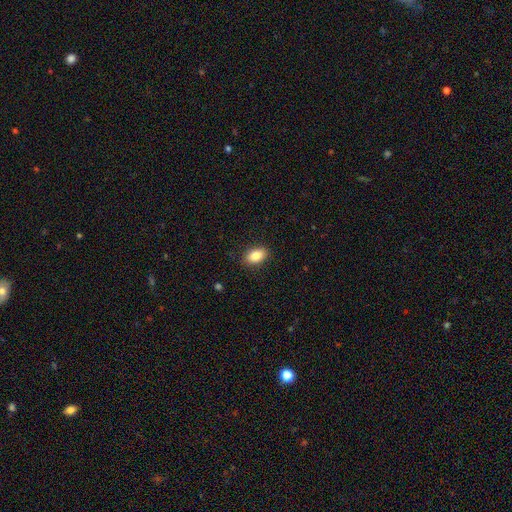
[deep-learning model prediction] A smooth galaxy with no disk features (84%) that is in between round and cigar-shaped (89%). Merging: none (89%).